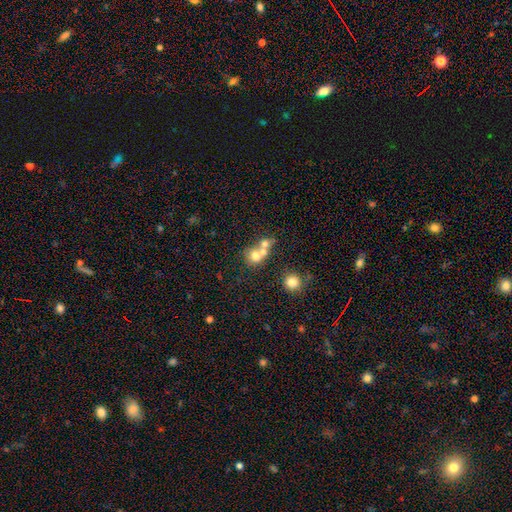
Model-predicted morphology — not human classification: smooth_or_featured: smooth (p=0.67) [alt: featured or disk p=0.20]
how_rounded: round (p=0.79) [alt: in between p=0.20]
merging: merger (p=0.57) [alt: none p=0.32]